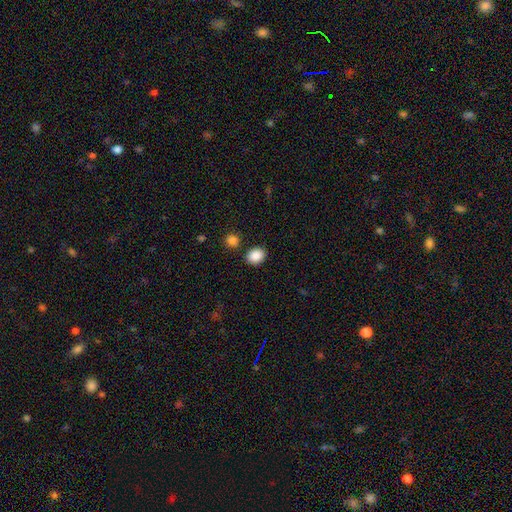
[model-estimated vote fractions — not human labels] smooth 88%, star or artifact 8%, featured or disk 3%. Down the decision tree: how rounded — round (53%); merging — none (84%).